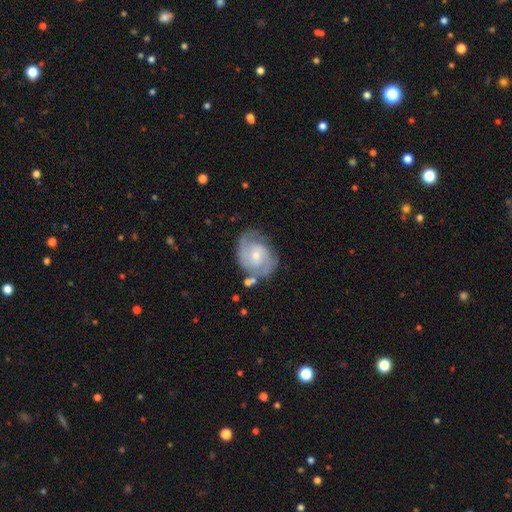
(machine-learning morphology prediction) The model was most divided on "spiral winding": medium: 46%, tight: 38%, loose: 16%. More confident: edge-on disk — no (97%); spiral arms — yes (91%); smooth or featured — featured or disk (73%); spiral arm count — 2 (71%); merging — none (64%); bar — no (55%); bulge size — small (53%).